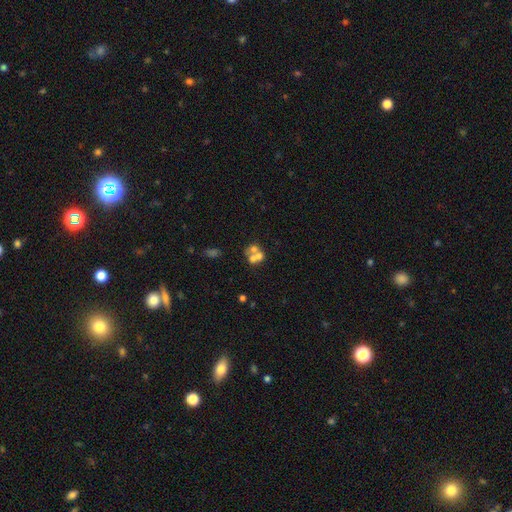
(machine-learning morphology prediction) smooth-or-featured: smooth: 49% | featured or disk: 36% | star or artifact: 15%
  merging: merger: 59% | none: 28% | minor disturbance: 7% | major disturbance: 6%